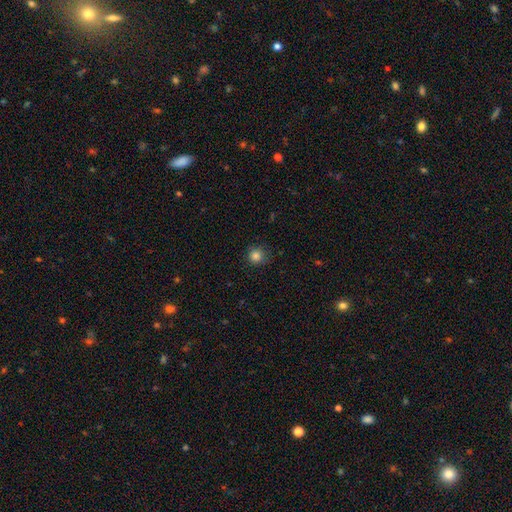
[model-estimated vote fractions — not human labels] A smooth galaxy with no disk features (84%) that is round (92%).

Vote fractions:
- Smooth or featured? smooth: 84% / star or artifact: 12% / featured or disk: 4%
- How rounded? round: 92% / in between: 7% / cigar-shaped: 1%
- Merging? none: 84% / minor disturbance: 12% / major disturbance: 3% / merger: 1%